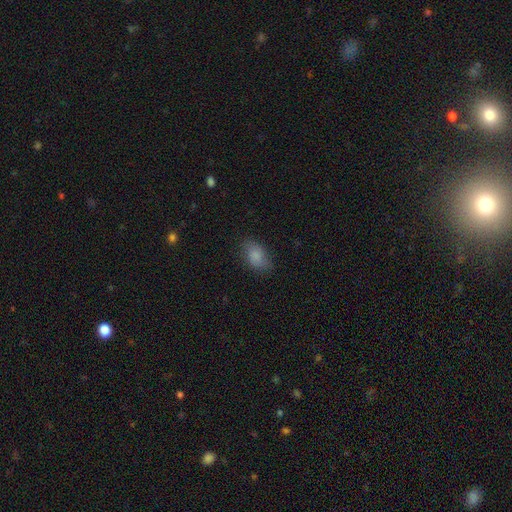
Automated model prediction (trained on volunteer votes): Morphology: type=smooth (83%); roundness=in between (87%); merging=none (75%).